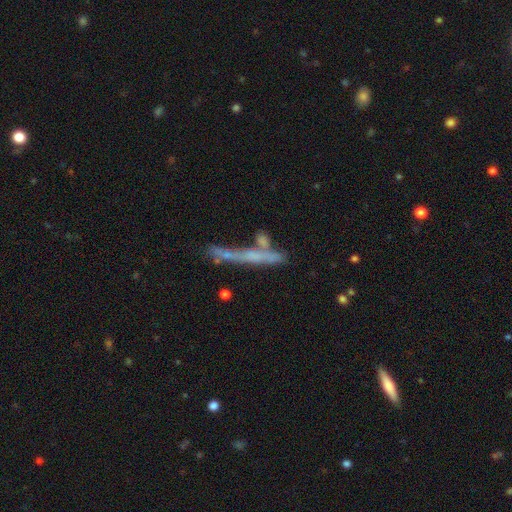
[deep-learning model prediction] A featured or disk galaxy (54%) viewed edge-on (85%). Merging: none (56%).